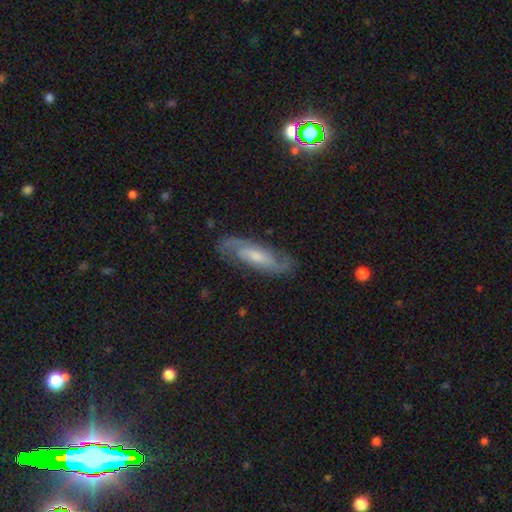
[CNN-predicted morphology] A featured or disk galaxy (79%) with a weak bar (43%), 2 (86%) medium (48%) spiral arms (95%) and a small central bulge (46%). Merging: none (82%).